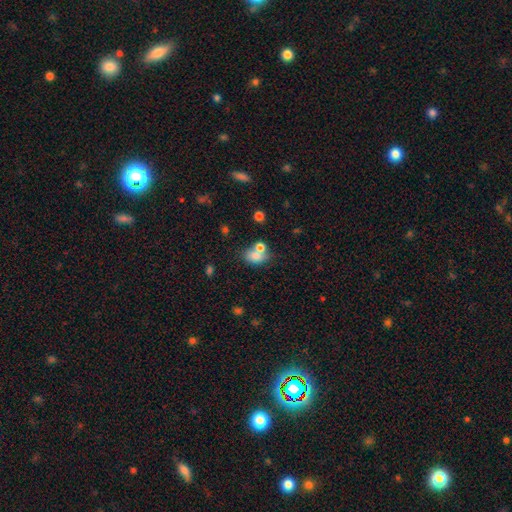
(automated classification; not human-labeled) This is likely a smooth galaxy (75%). How rounded: likely in between (71%). Merging: marginally none (44%).